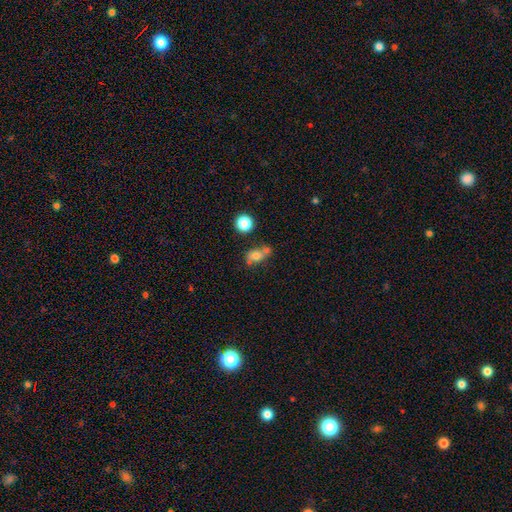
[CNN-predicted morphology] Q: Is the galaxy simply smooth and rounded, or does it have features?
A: smooth — 69%.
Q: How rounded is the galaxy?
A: in between — 61%.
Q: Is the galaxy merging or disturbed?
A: none — 43%.